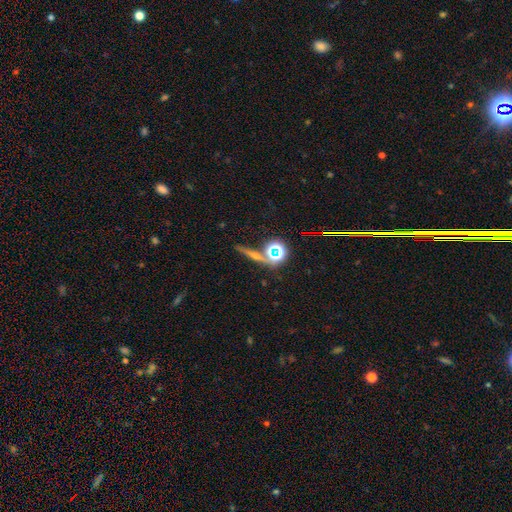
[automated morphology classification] star or artifact 37% (tied), featured or disk 37% (tied), smooth 26%.